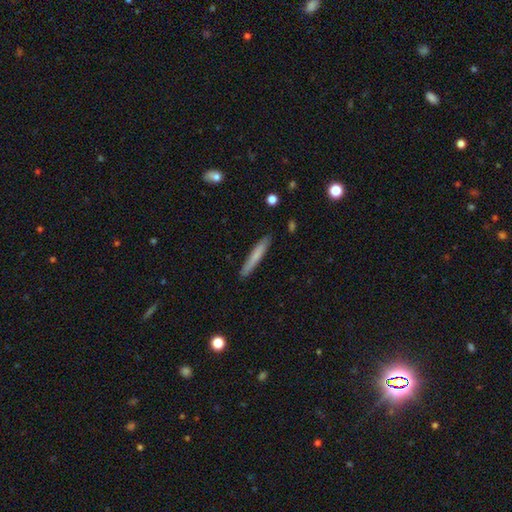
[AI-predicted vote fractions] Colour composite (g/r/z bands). It shows a smooth galaxy with no disk features (71%) that is cigar-shaped (96%). Merging: none (89%).